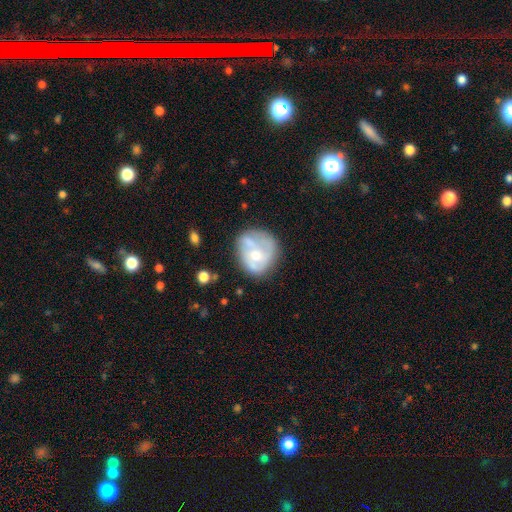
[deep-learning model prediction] Smooth or featured? featured or disk (56%)
Edge-on disk? no (98%)
Bar? no (78%)
Spiral arms? no (50%, tied with yes)
Bulge size? moderate (53%)
Merging? none (48%)